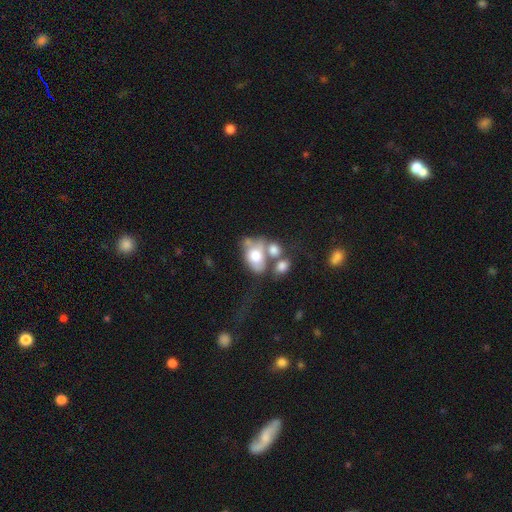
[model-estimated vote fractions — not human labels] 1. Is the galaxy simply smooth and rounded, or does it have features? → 59% smooth, 32% featured or disk, 10% star or artifact.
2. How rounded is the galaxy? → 82% in between, 17% round, 2% cigar-shaped.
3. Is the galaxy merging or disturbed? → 49% merger, 19% none, 18% major disturbance, 13% minor disturbance.